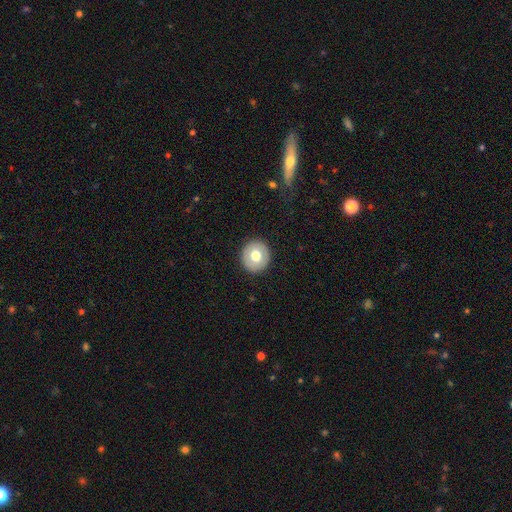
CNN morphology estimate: smooth_or_featured: smooth (p=0.68) [alt: featured or disk p=0.25]
how_rounded: round (p=0.90) [alt: in between p=0.09]
merging: none (p=0.91) [alt: minor disturbance p=0.06]